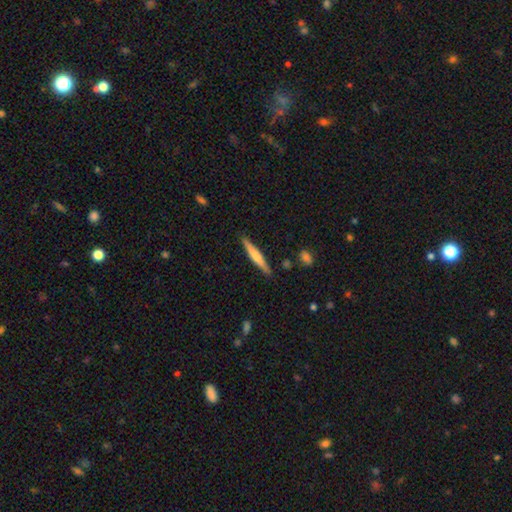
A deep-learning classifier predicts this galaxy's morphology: Overall: smooth (55%; featured or disk 40%). How rounded: cigar-shaped (94%). Merging: none (88%).